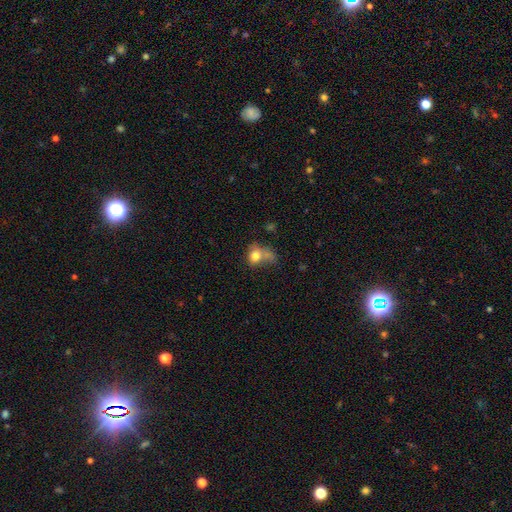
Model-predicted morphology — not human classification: Overall: smooth (77%). How rounded: in between (50%; round 48%). Merging: none (27%, tied with merger).